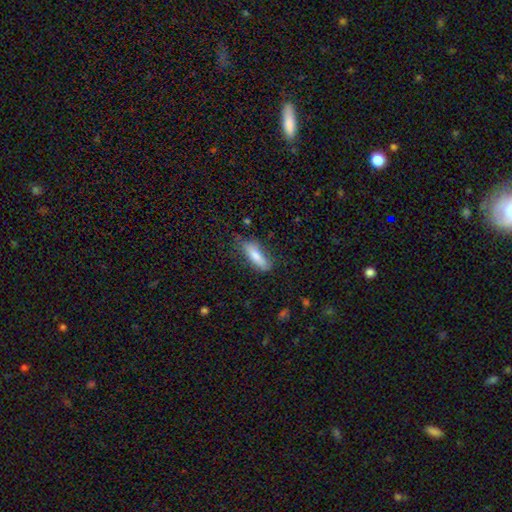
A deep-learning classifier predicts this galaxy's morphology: A smooth galaxy with no disk features (77%) that is in between round and cigar-shaped (51%). Merging: none (69%).